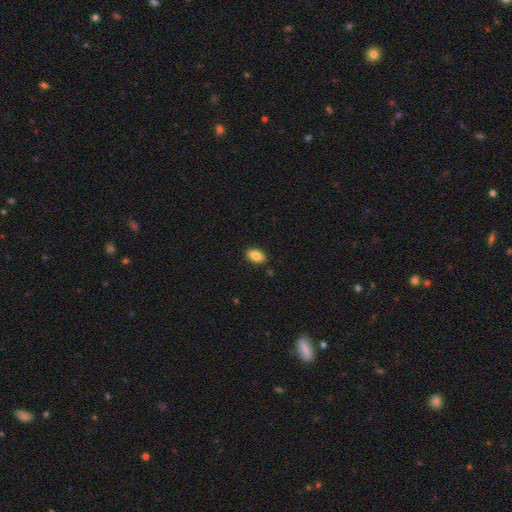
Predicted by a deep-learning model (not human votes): smooth 86%, star or artifact 8%, featured or disk 7%. Down the decision tree: how rounded — in between (91%); merging — none (87%).